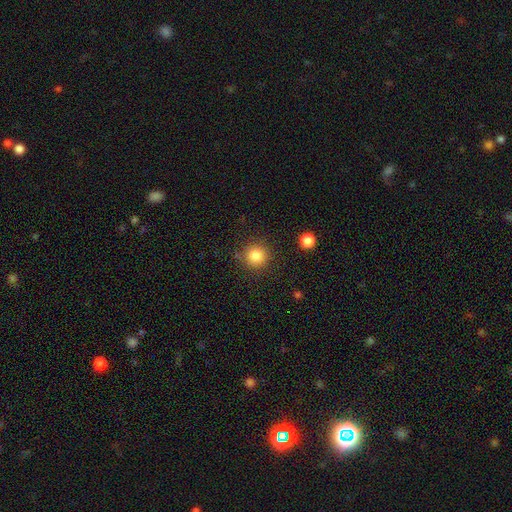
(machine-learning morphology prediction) This is clearly a smooth galaxy (84%). How rounded: clearly round (94%). Merging: clearly none (86%).